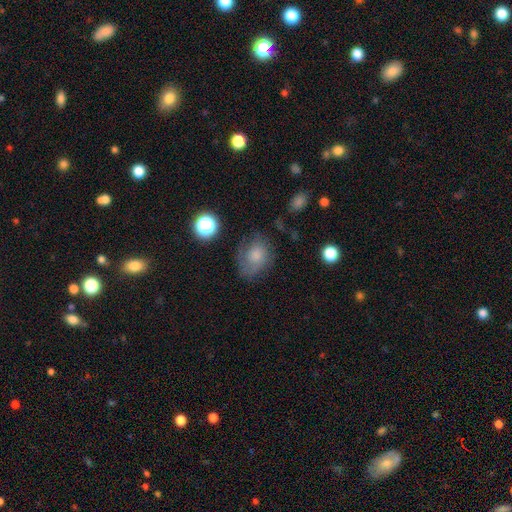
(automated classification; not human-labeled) This is possibly a smooth galaxy (52%). How rounded: possibly in between (52%). Merging: possibly none (58%).